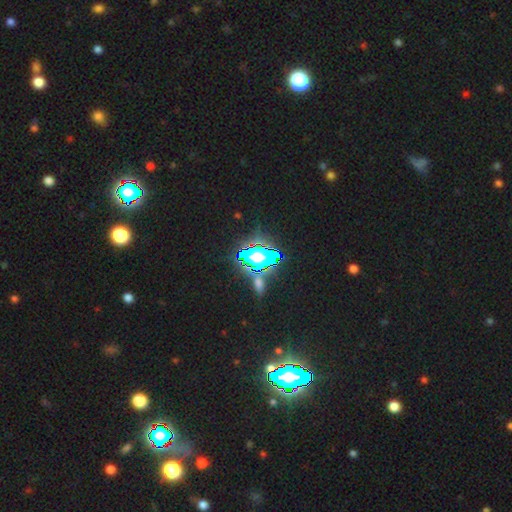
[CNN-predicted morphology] The model was most divided on "smooth or featured": star or artifact: 82%, smooth: 11%, featured or disk: 7%.